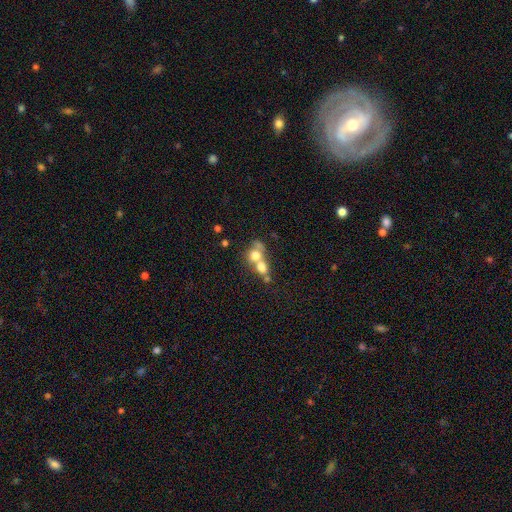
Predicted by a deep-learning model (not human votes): smooth-or-featured: smooth: 66% | featured or disk: 23% | star or artifact: 11%
  how-rounded: round: 63% | in between: 35% | cigar-shaped: 2%
  merging: merger: 72% | none: 18% | minor disturbance: 5% | major disturbance: 5%